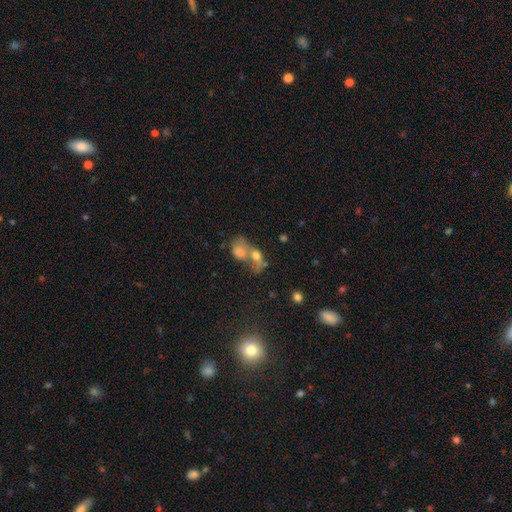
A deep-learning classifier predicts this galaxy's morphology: smooth 48%, star or artifact 27%, featured or disk 25%. Down the decision tree: merging — merger (52%).